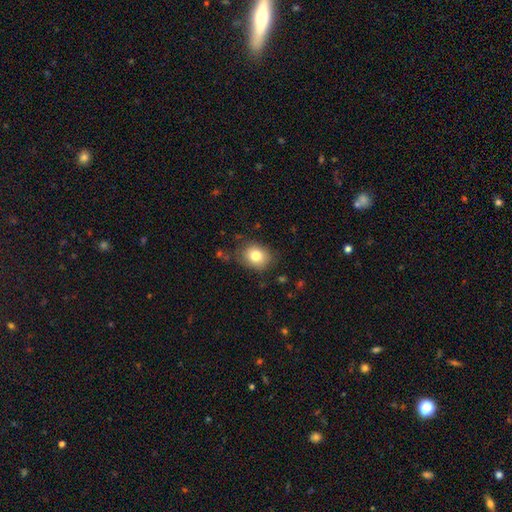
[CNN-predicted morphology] Smooth or featured? Predicted: smooth (p=0.80). How rounded? Predicted: round (p=0.60). Merging? Predicted: none (p=0.80).